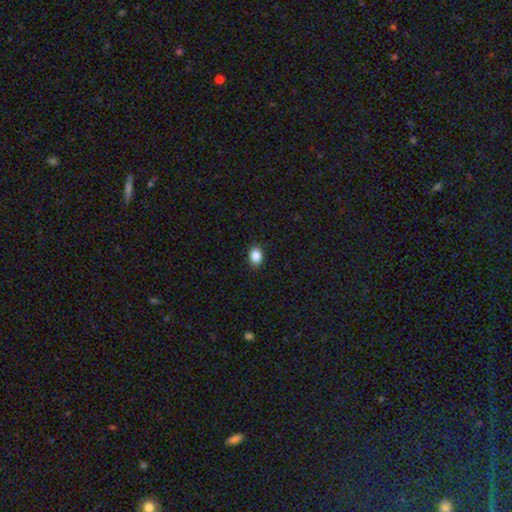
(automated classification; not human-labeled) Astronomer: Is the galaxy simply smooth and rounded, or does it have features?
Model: smooth — 88%.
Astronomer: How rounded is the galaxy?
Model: in between — 68%.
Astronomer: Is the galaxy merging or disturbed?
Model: none — 89%.